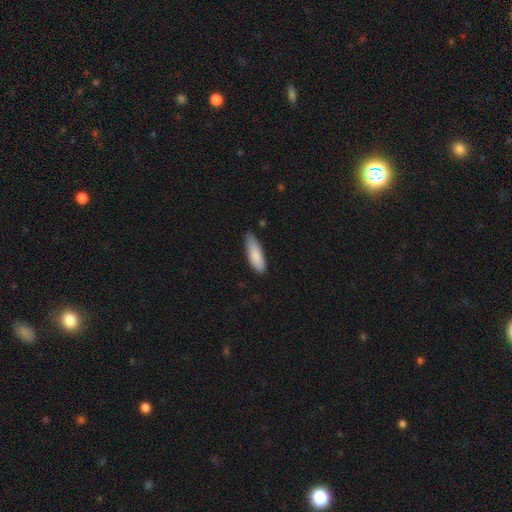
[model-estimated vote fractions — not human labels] Smooth or featured?
  - smooth: 85% *
  - featured or disk: 10%
  - star or artifact: 5%
How rounded?
  - cigar-shaped: 52% *
  - in between: 47%
  - round: 2%
Merging?
  - none: 74% *
  - minor disturbance: 22%
  - major disturbance: 3%
  - merger: 2%